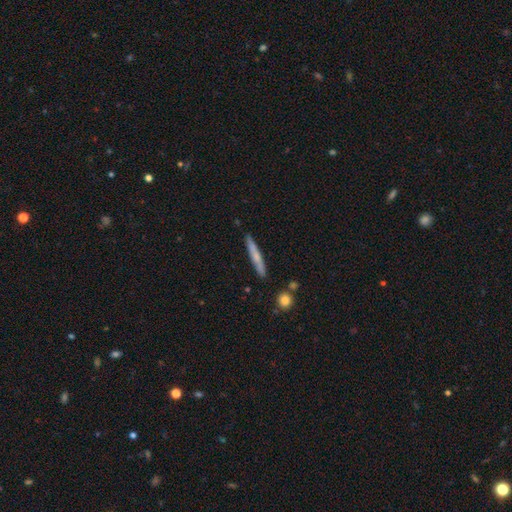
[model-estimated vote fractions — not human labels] smooth_or_featured: smooth (p=0.55) [alt: featured or disk p=0.39]
how_rounded: cigar-shaped (p=0.94) [alt: in between p=0.04]
merging: none (p=0.86) [alt: minor disturbance p=0.10]